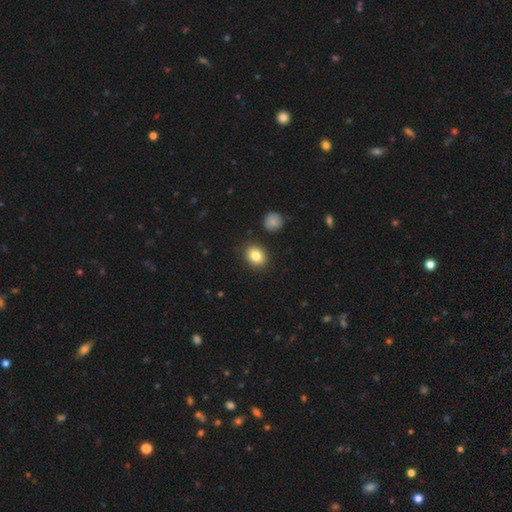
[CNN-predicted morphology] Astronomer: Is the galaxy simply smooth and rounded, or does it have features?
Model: smooth — 84%.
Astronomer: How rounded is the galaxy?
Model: round — 50% (runner-up: in between, 49%).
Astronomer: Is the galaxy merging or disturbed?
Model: none — 88%.